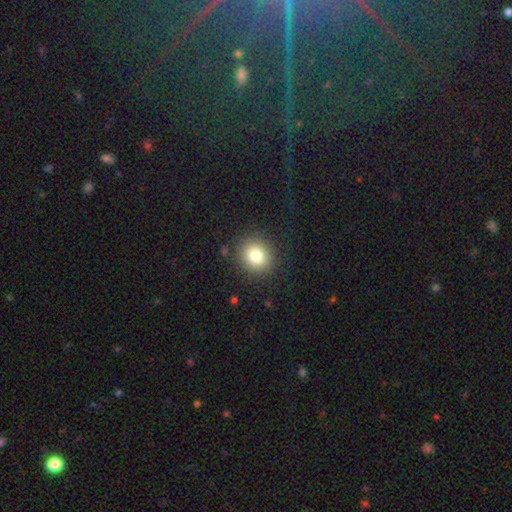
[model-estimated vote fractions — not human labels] Q: Smooth or featured?
A: smooth (80%); runner-up: star or artifact (11%)
Q: How rounded?
A: round (85%); runner-up: in between (15%)
Q: Merging?
A: none (88%); runner-up: minor disturbance (8%)